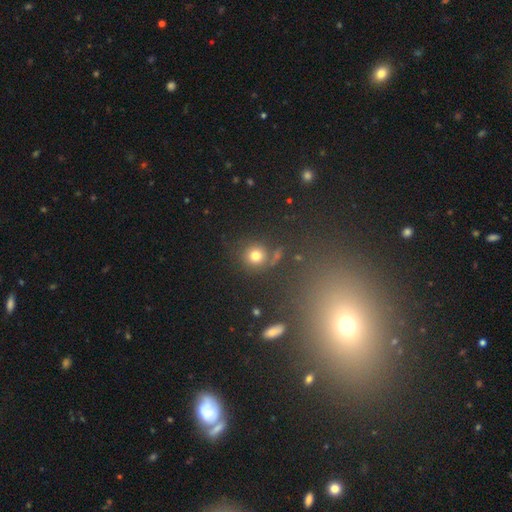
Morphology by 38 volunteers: A smooth galaxy with no disk features (89%) that is round (100%). Merging: none (60%).